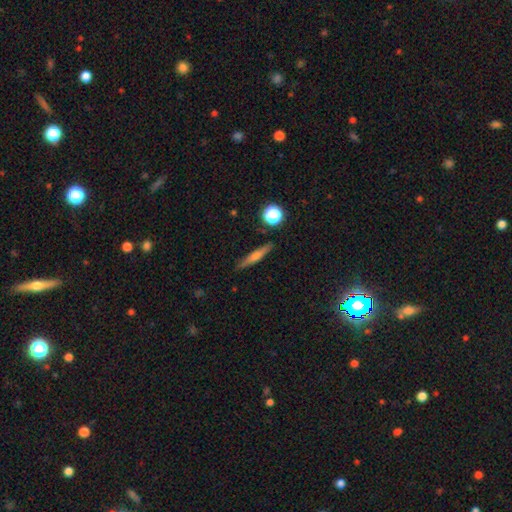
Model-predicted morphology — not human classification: A smooth galaxy with no disk features (49%).

Vote fractions:
- Smooth or featured? smooth: 49% / featured or disk: 42% / star or artifact: 9%
- Merging? none: 88% / minor disturbance: 8% / major disturbance: 2% / merger: 2%